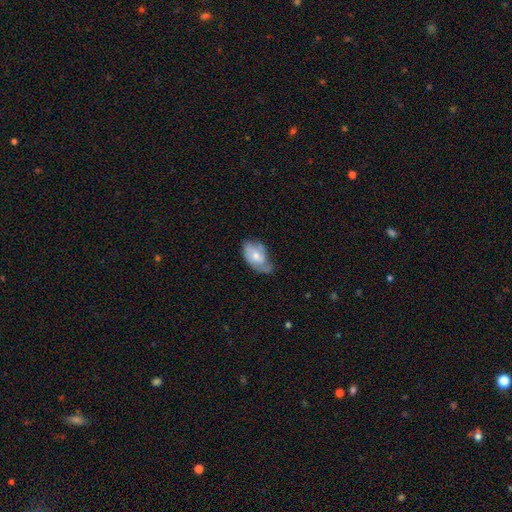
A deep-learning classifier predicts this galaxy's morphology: Smooth or featured? Predicted: featured or disk (p=0.49). Merging? Predicted: none (p=0.40).